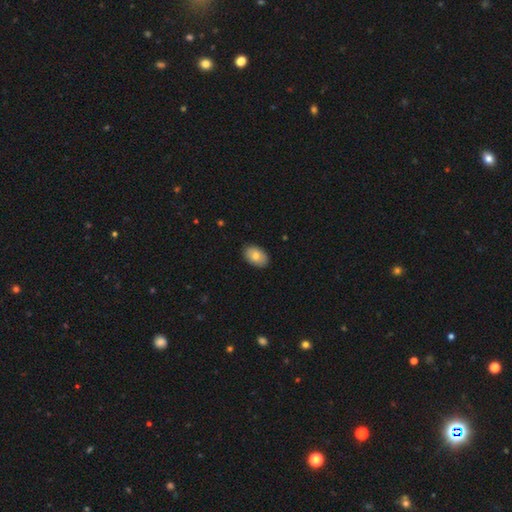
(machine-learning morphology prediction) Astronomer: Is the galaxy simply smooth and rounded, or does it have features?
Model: smooth — 79%.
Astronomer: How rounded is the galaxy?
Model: in between — 89%.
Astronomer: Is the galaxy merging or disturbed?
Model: none — 88%.